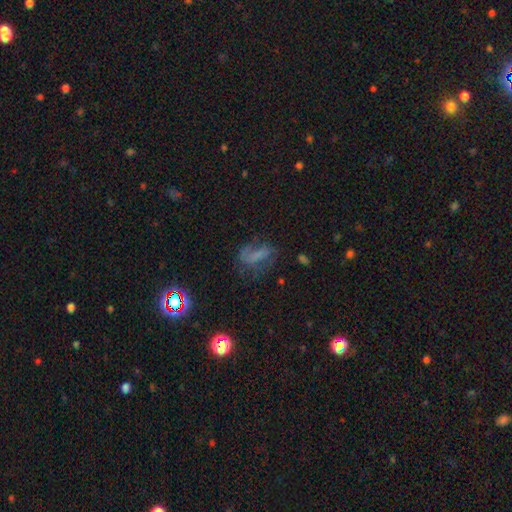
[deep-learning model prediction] Smooth or featured: smooth — 40% (featured or disk — 35%)
Merging: none — 43% (major disturbance — 31%)